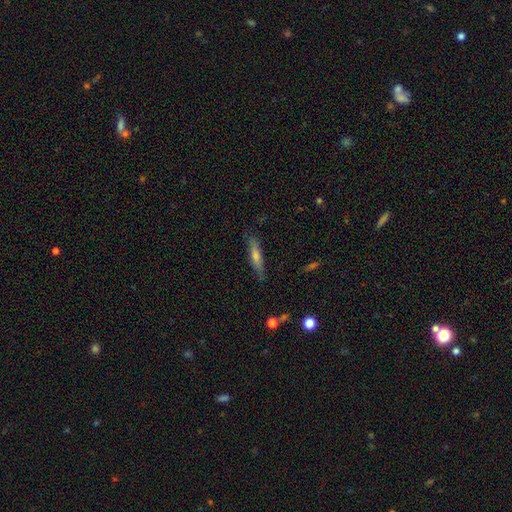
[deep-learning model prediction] smooth_or_featured: smooth (p=0.49) [alt: featured or disk p=0.42]
merging: none (p=0.84) [alt: minor disturbance p=0.12]